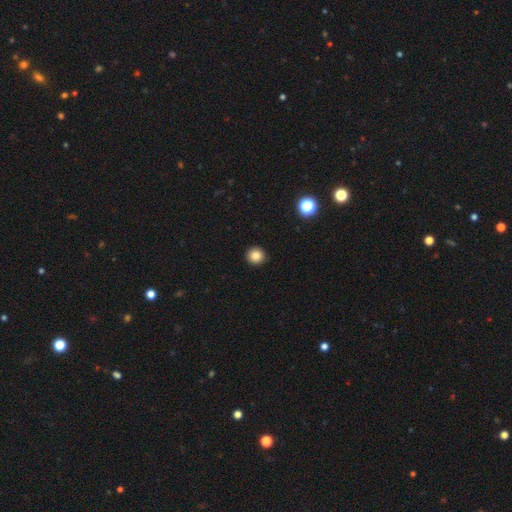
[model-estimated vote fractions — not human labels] Smooth or featured? Predicted: smooth (p=0.85). How rounded? Predicted: round (p=0.94). Merging? Predicted: none (p=0.93).